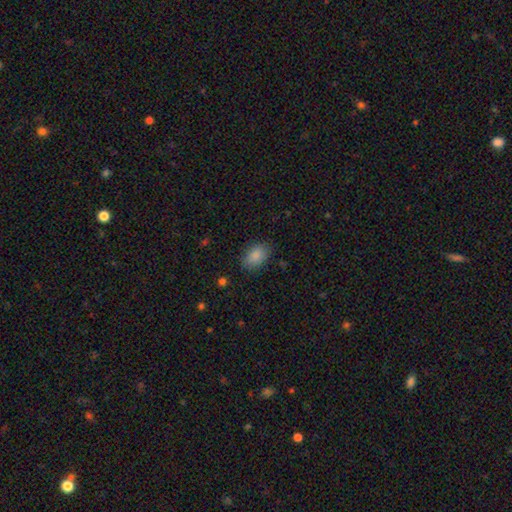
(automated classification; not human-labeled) Smooth or featured? smooth (88%)
How rounded? in between (90%)
Merging? none (84%)